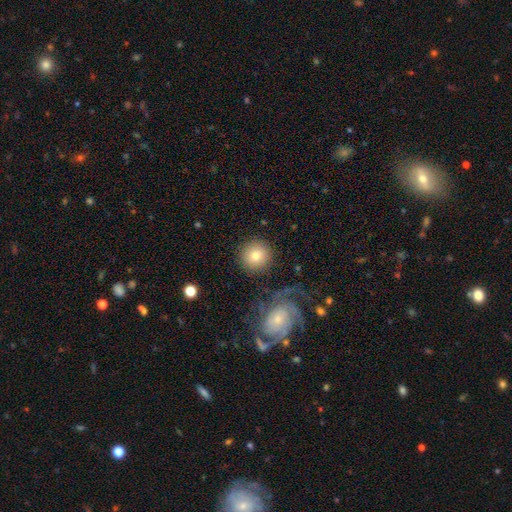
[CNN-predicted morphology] Smooth or featured: smooth — 79% (featured or disk — 13%)
How rounded: round — 93% (in between — 6%)
Merging: none — 86% (minor disturbance — 7%)